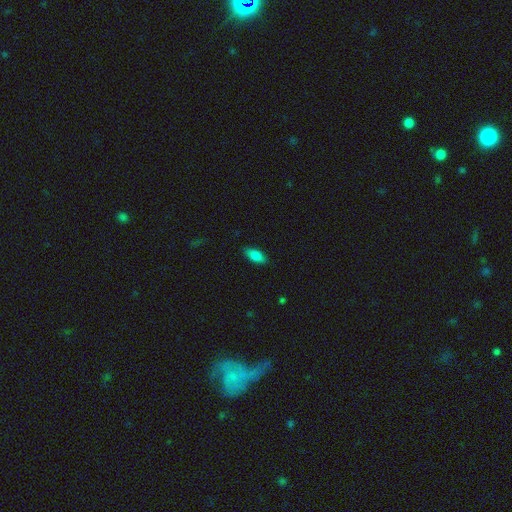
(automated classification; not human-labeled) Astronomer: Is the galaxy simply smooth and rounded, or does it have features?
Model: smooth — 82%.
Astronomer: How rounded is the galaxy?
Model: in between — 81%.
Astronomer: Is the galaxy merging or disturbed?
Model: none — 87%.